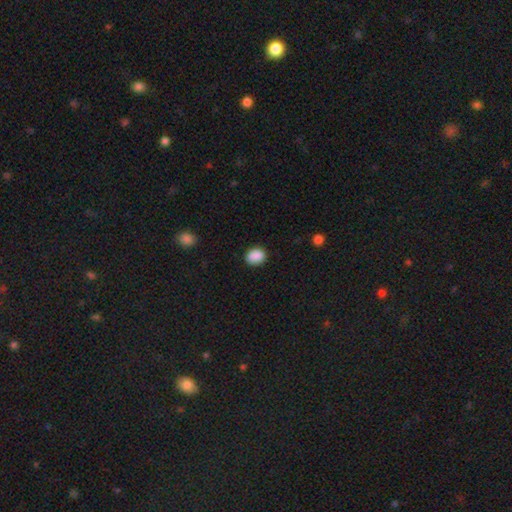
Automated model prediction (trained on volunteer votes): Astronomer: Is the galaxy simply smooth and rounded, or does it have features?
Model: smooth — 89%.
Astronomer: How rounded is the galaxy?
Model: in between — 53% (runner-up: round, 46%).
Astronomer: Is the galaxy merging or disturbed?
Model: none — 85%.